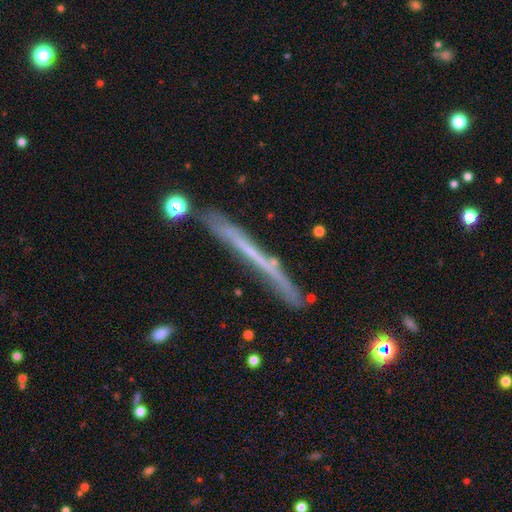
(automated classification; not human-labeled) smooth-or-featured: featured or disk: 55% | smooth: 36% | star or artifact: 9%
  disk-edge-on: yes: 94% | no: 6%
    edge-on-bulge: none: 92% | rounded: 5% | boxy: 3%
  merging: none: 78% | minor disturbance: 14% | major disturbance: 4% | merger: 4%